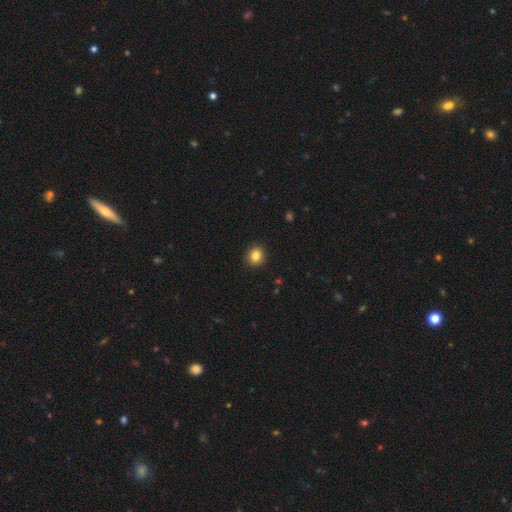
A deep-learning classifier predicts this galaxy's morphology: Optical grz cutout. It shows a smooth galaxy with no disk features (85%) that is round (77%). Merging: none (91%).